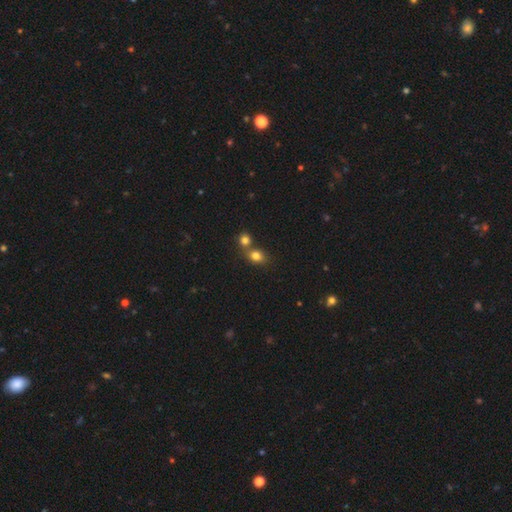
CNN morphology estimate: A smooth galaxy with no disk features (80%) that is round (56%).

Vote fractions:
- Smooth or featured? smooth: 80% / star or artifact: 13% / featured or disk: 8%
- How rounded? round: 56% / in between: 42% / cigar-shaped: 1%
- Merging? merger: 46% / none: 43% / minor disturbance: 8% / major disturbance: 3%